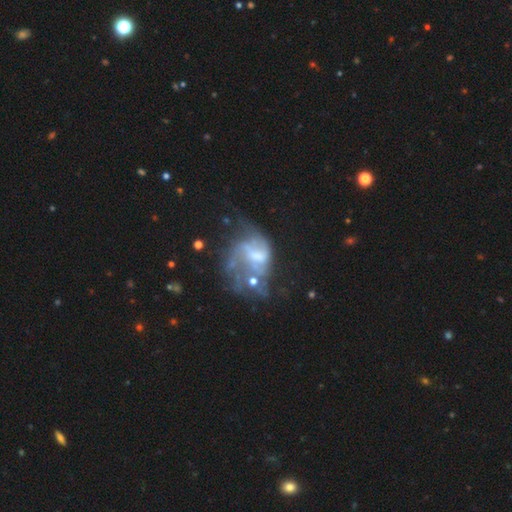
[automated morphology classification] Smooth or featured: featured or disk — 68% (smooth — 19%)
Edge-on disk: no — 97% (yes — 3%)
Bar: no — 50% (weak — 38%)
Spiral arms: no — 53% (yes — 47%)
Bulge size: moderate — 35% (small — 31%)
Merging: major disturbance — 40% (none — 23%)